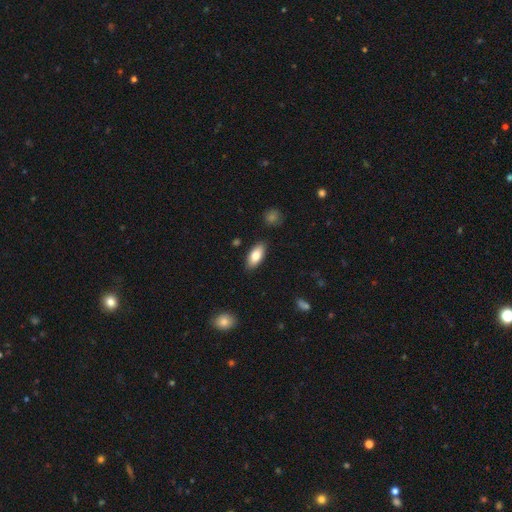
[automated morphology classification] This is clearly a smooth galaxy (80%). How rounded: clearly in between (87%). Merging: clearly none (87%).